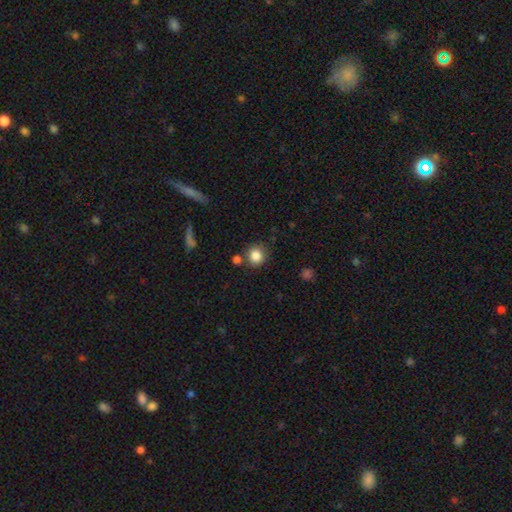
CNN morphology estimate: Smooth or featured: smooth — 84% (star or artifact — 10%)
How rounded: round — 88% (in between — 11%)
Merging: none — 76% (minor disturbance — 11%)